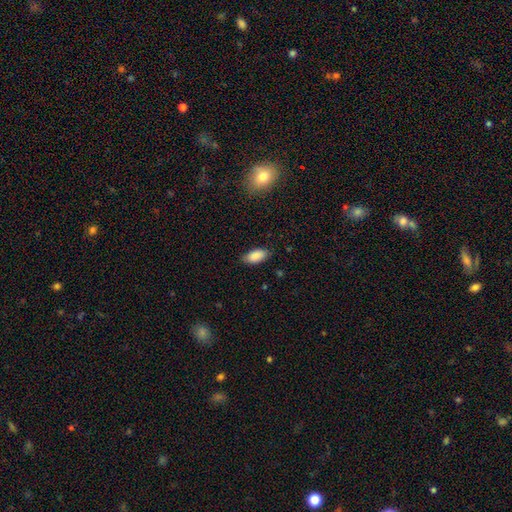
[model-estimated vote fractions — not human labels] This is clearly a smooth galaxy (89%). How rounded: clearly in between (92%). Merging: clearly none (83%).